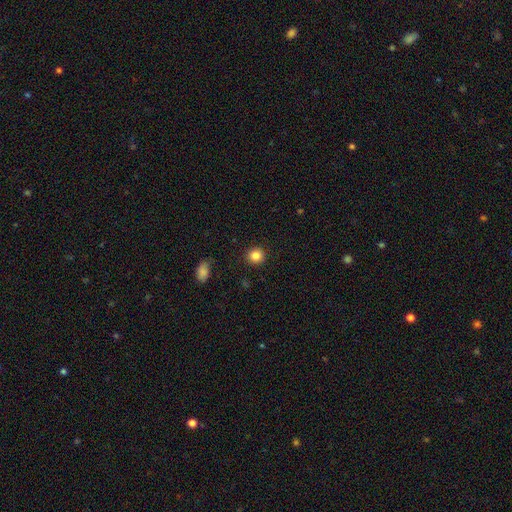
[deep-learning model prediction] The model was most divided on "smooth or featured": smooth: 85%, star or artifact: 10%, featured or disk: 4%. More confident: merging — none (91%); how rounded — round (89%).